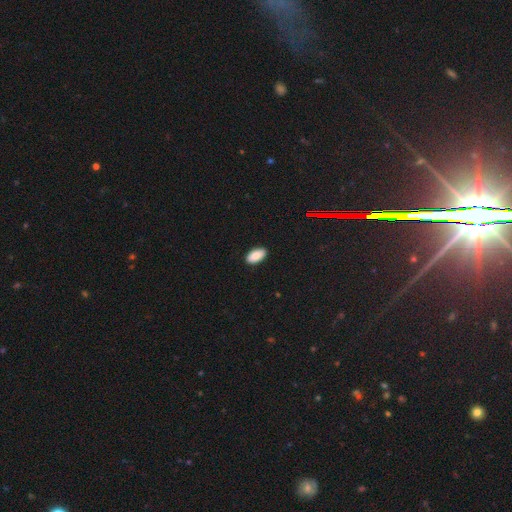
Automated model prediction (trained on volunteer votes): Overall: smooth (89%). How rounded: in between (95%). Merging: none (90%).